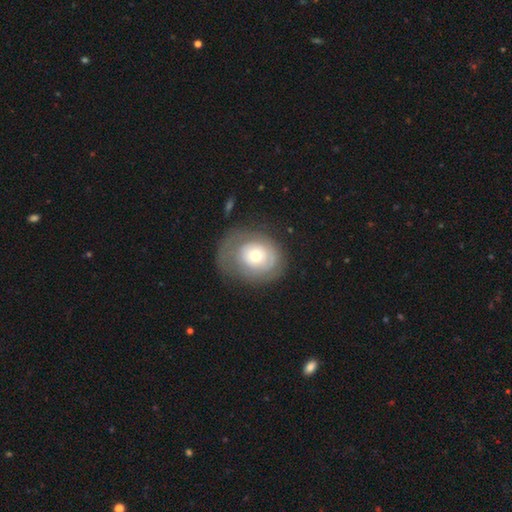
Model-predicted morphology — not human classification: Smooth or featured? smooth (47%)
Merging? none (56%)